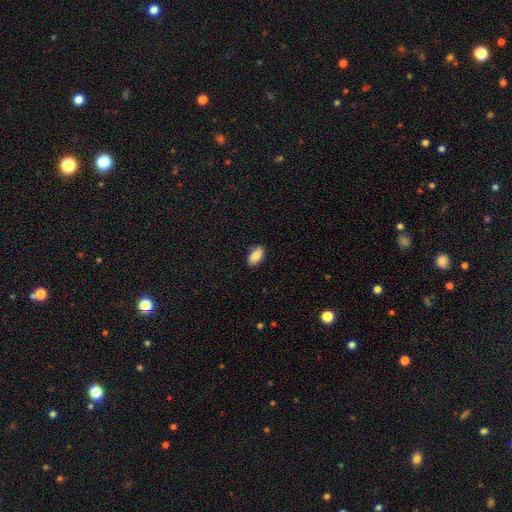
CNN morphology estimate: type=smooth (83%); roundness=in between (92%); merging=none (80%).